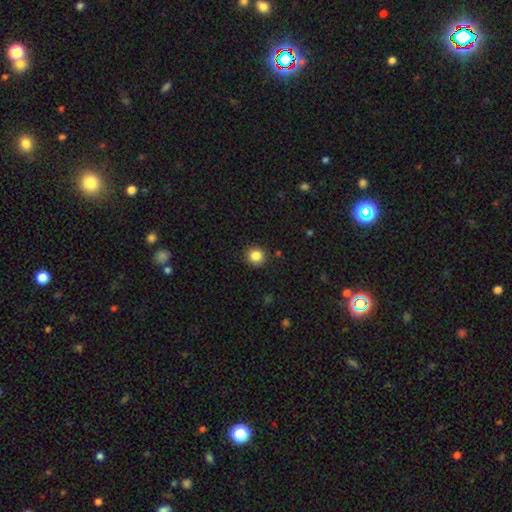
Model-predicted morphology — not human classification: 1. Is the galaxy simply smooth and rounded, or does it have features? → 85% smooth, 11% star or artifact, 4% featured or disk.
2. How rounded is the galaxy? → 90% round, 9% in between, 1% cigar-shaped.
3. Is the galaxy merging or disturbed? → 90% none, 7% minor disturbance, 2% major disturbance, 1% merger.